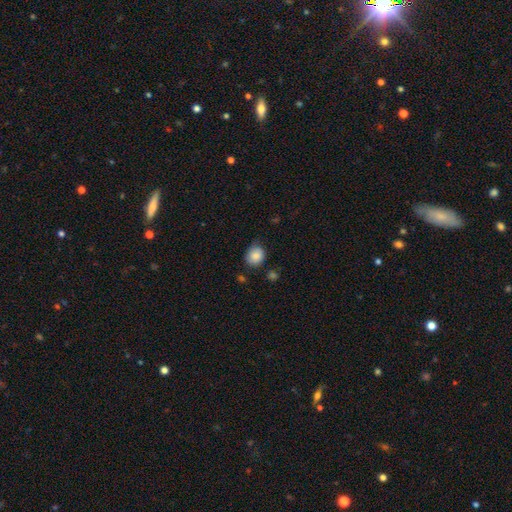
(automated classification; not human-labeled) A smooth galaxy with no disk features (83%) that is round (68%).

Vote fractions:
- Smooth or featured? smooth: 83% / star or artifact: 9% / featured or disk: 8%
- How rounded? round: 68% / in between: 32% / cigar-shaped: 1%
- Merging? none: 63% / minor disturbance: 29% / major disturbance: 5% / merger: 3%